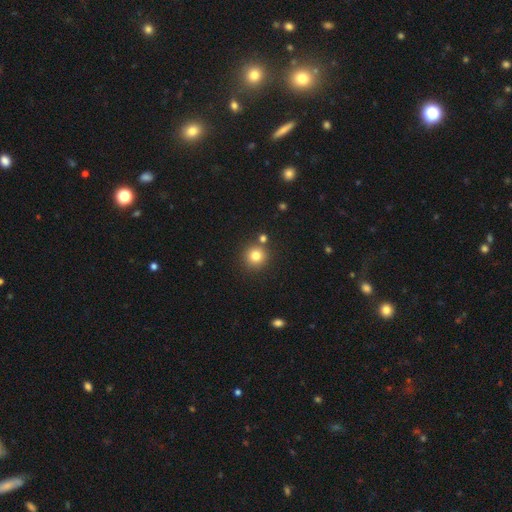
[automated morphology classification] Overall: smooth (80%). How rounded: round (93%). Merging: none (83%).